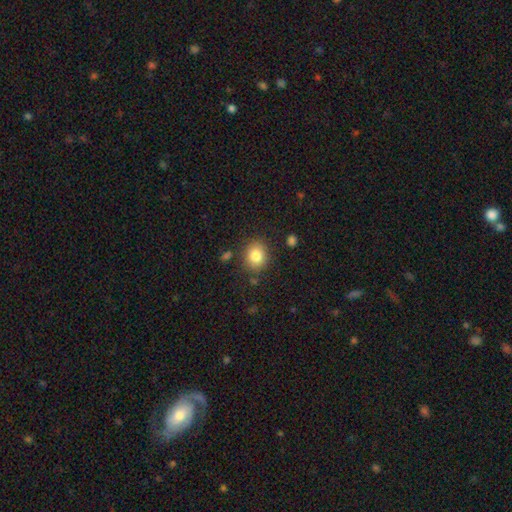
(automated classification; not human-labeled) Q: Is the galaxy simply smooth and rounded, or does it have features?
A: smooth — 83%.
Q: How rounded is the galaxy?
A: round — 68%.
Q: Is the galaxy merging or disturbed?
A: none — 83%.